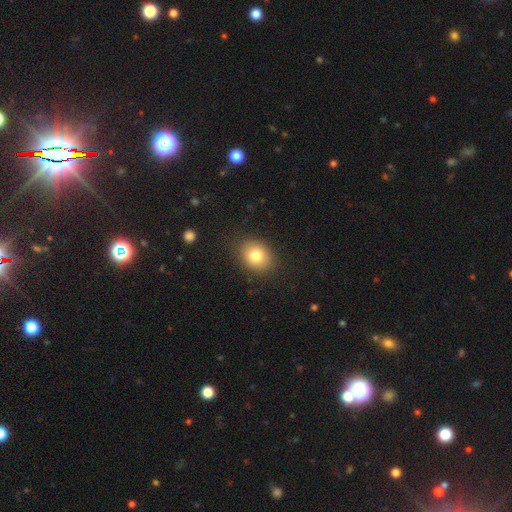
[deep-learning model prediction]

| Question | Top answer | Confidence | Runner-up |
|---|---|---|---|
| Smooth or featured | smooth | 80% | star or artifact (10%) |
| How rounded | round | 55% | in between (44%) |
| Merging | none | 86% | minor disturbance (10%) |